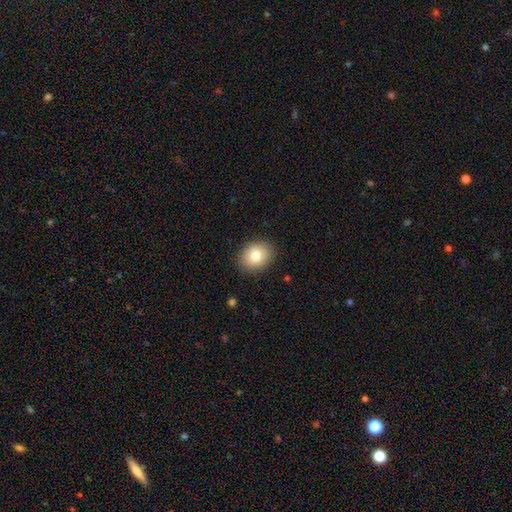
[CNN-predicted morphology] type=smooth (80%); roundness=round (51%); merging=none (88%).